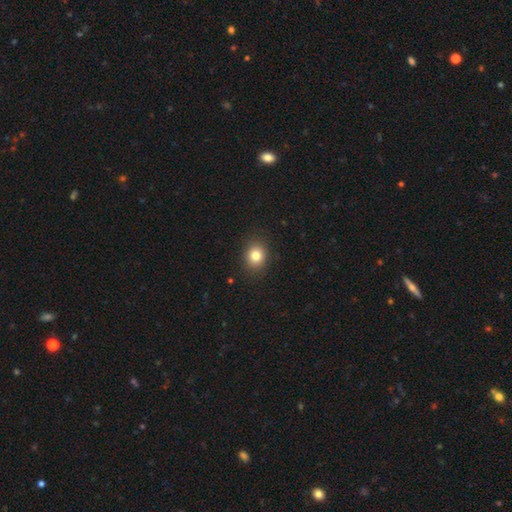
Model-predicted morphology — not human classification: Overall: smooth (81%). How rounded: round (64%; in between 35%). Merging: none (89%).